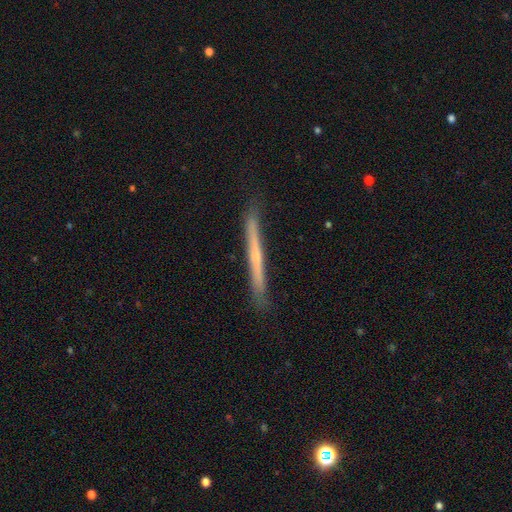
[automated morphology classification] This is possibly a featured or disk galaxy (54%). It is clearly viewed edge-on (96%). Edge-on bulge: likely none (67%). Merging: clearly none (86%).